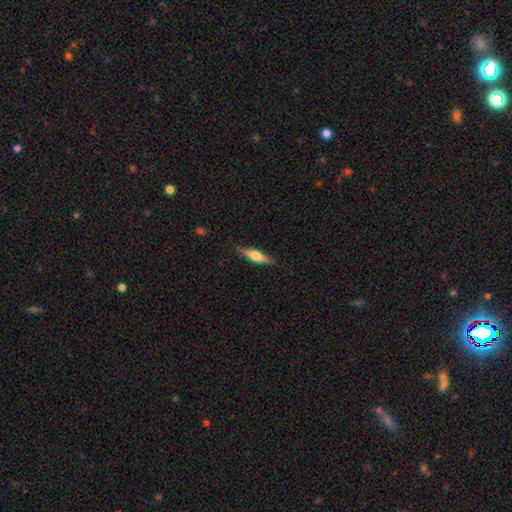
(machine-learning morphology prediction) smooth_or_featured: smooth (p=0.48) [alt: featured or disk p=0.46]
merging: none (p=0.86) [alt: minor disturbance p=0.11]